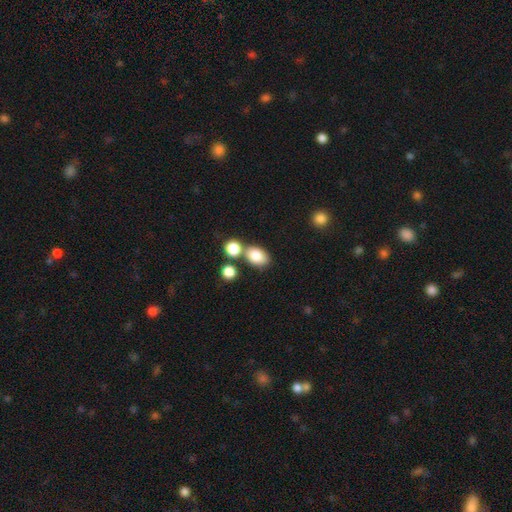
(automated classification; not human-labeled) The model was most divided on "merging": none: 57%, merger: 28%, minor disturbance: 12%, major disturbance: 4%. More confident: smooth or featured — smooth (82%); how rounded — in between (80%).